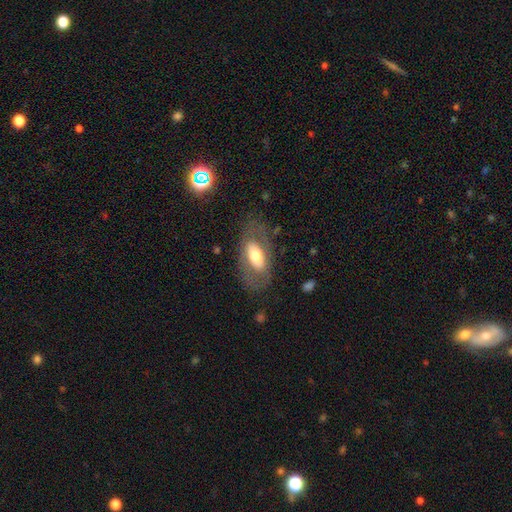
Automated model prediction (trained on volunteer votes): Smooth or featured? Predicted: smooth (p=0.49). Merging? Predicted: none (p=0.74).